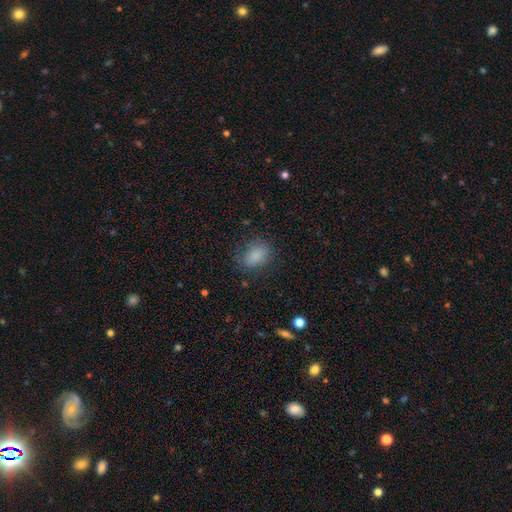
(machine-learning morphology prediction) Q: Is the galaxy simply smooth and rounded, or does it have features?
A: smooth — 85%.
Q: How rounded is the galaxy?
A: in between — 80%.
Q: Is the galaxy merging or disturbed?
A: none — 77%.